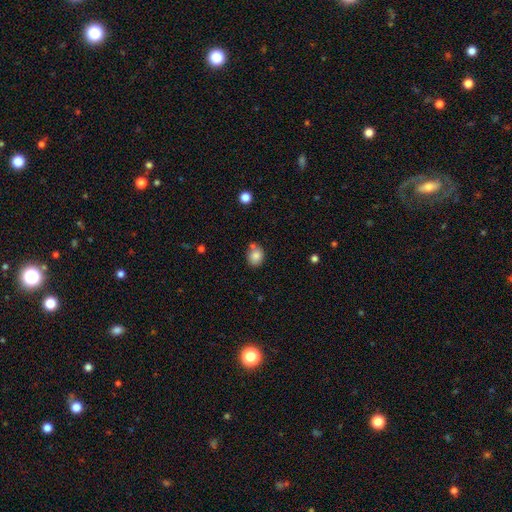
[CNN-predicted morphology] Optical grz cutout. It shows a smooth galaxy with no disk features (84%) that is round (57%). Merging: none (65%).